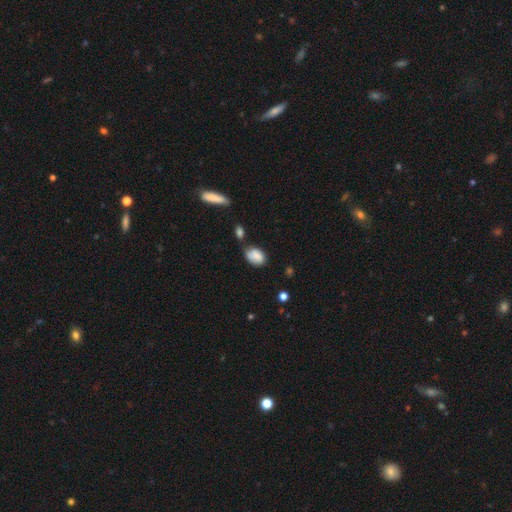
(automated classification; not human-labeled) Smooth or featured?
  - smooth: 80% *
  - featured or disk: 12%
  - star or artifact: 8%
How rounded?
  - in between: 82% *
  - round: 16%
  - cigar-shaped: 2%
Merging?
  - none: 52% *
  - minor disturbance: 28%
  - merger: 12%
  - major disturbance: 7%